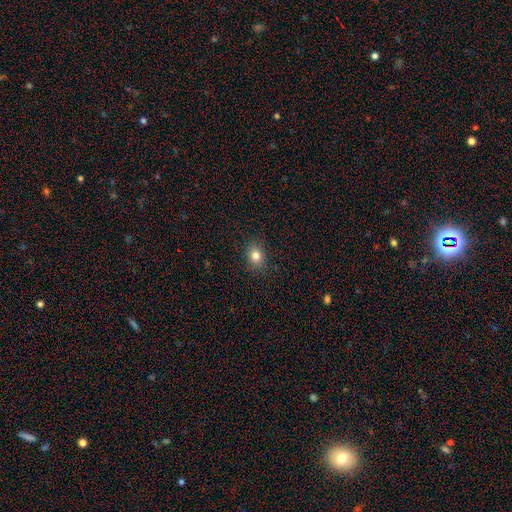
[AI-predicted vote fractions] Q: Smooth or featured?
A: smooth (81%); runner-up: star or artifact (12%)
Q: How rounded?
A: in between (54%); runner-up: round (45%)
Q: Merging?
A: none (88%); runner-up: minor disturbance (9%)